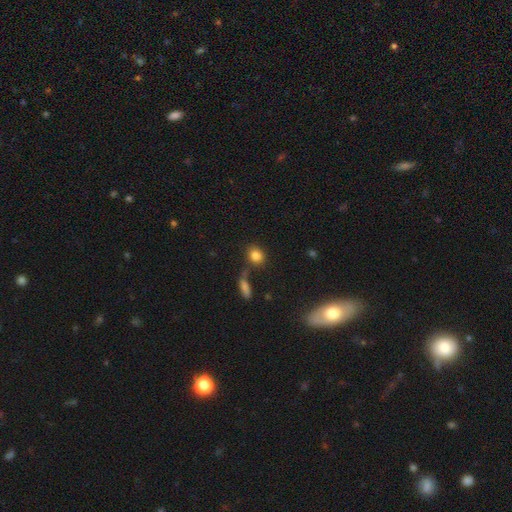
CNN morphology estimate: Q: Smooth or featured?
A: smooth (83%); runner-up: star or artifact (10%)
Q: How rounded?
A: round (61%); runner-up: in between (37%)
Q: Merging?
A: none (69%); runner-up: merger (14%)